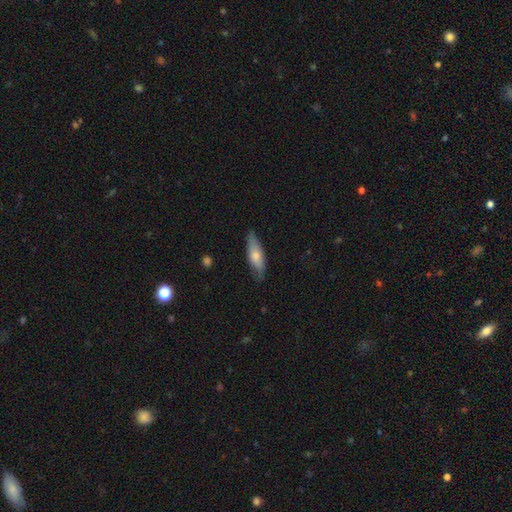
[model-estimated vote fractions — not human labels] Smooth or featured?
  - smooth: 63% *
  - featured or disk: 32%
  - star or artifact: 6%
How rounded?
  - in between: 56% *
  - cigar-shaped: 42%
  - round: 2%
Merging?
  - none: 75% *
  - minor disturbance: 20%
  - major disturbance: 3%
  - merger: 1%